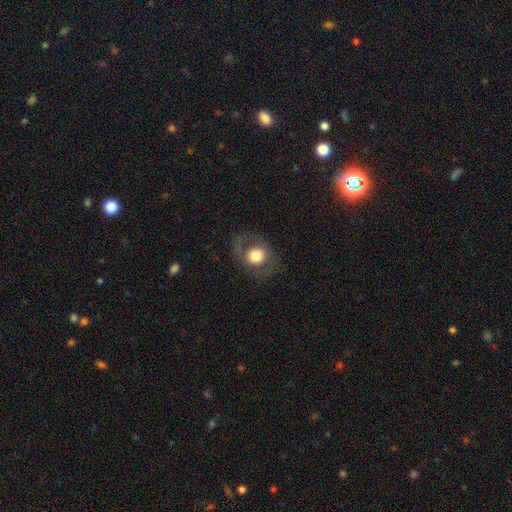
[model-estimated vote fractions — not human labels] Morphology: type=smooth (60%); roundness=round (75%); merging=none (77%).